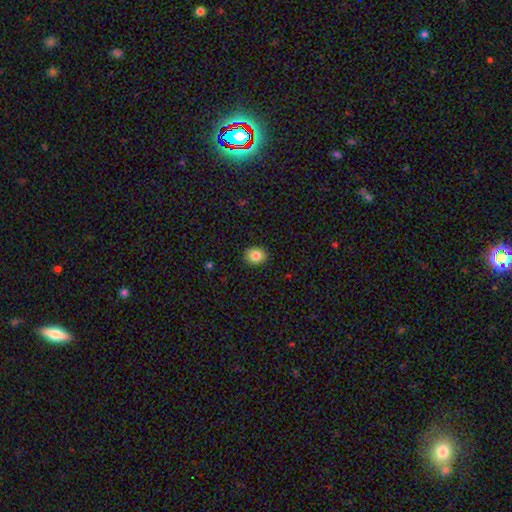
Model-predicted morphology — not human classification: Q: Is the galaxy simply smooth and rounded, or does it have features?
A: smooth — 84%.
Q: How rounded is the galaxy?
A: round — 66%.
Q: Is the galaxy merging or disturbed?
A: none — 90%.